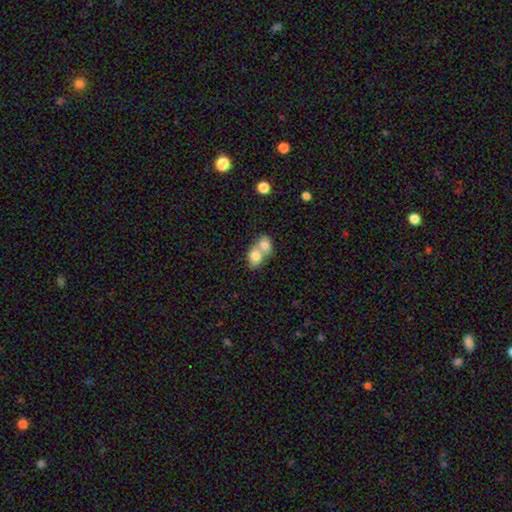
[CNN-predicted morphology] smooth 76%, featured or disk 16%, star or artifact 7%. Down the decision tree: how rounded — in between (57%); merging — merger (78%).